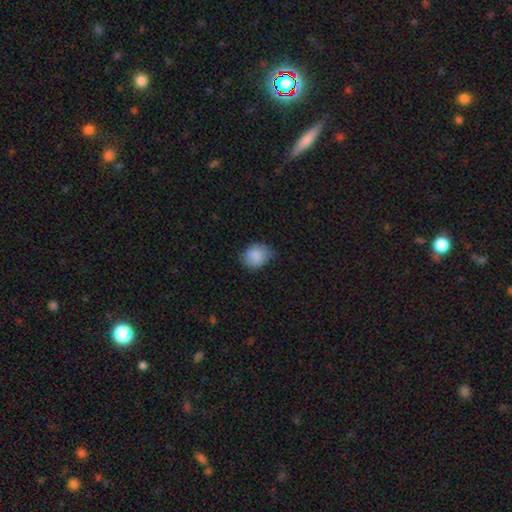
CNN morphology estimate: The model was most divided on "how rounded": round: 55%, in between: 44%, cigar-shaped: 1%. More confident: smooth or featured — smooth (87%); merging — none (72%).